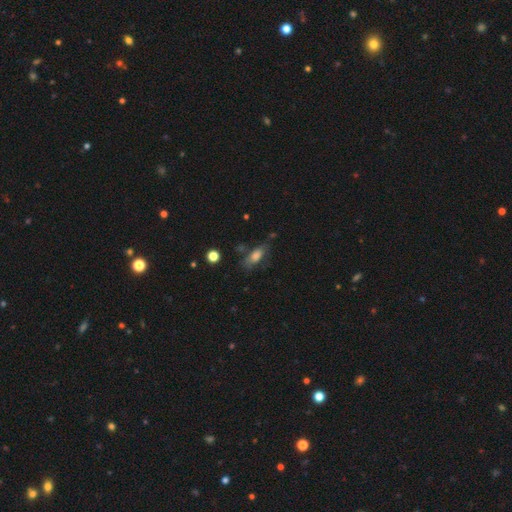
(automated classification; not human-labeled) Overall: smooth (66%). How rounded: in between (73%). Merging: none (62%; minor disturbance 22%).